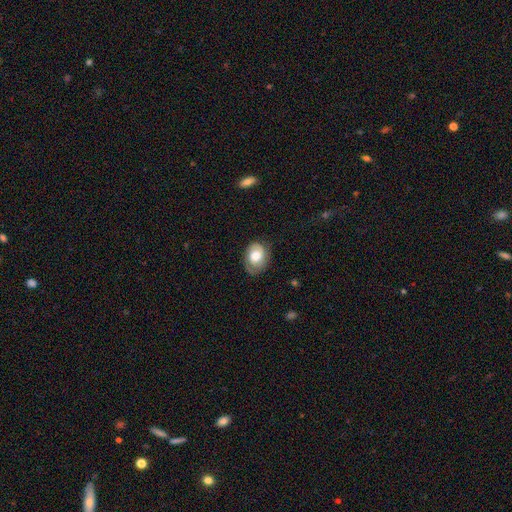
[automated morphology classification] type=smooth (53%); roundness=in between (61%); merging=none (68%).